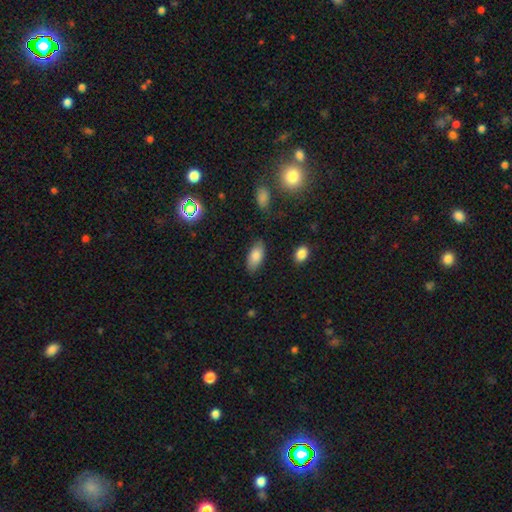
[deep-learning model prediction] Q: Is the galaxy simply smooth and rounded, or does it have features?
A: smooth — 84%.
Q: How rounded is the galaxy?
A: in between — 91%.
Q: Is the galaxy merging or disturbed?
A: none — 83%.